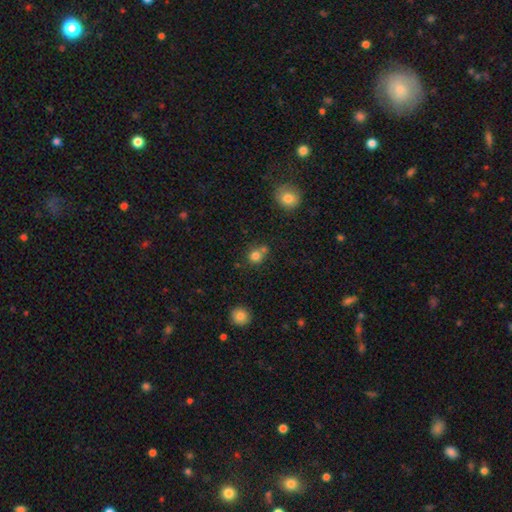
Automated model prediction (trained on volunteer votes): Overall: smooth (79%). How rounded: round (86%). Merging: none (58%; merger 28%).